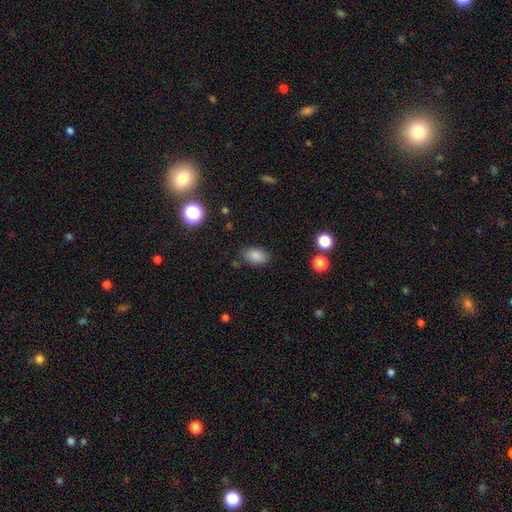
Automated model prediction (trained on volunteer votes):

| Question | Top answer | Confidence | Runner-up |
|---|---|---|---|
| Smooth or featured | smooth | 85% | star or artifact (10%) |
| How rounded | in between | 88% | round (10%) |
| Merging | none | 81% | minor disturbance (13%) |